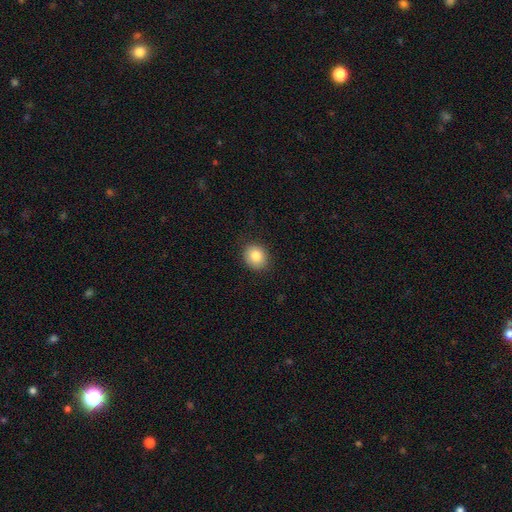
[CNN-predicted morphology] Smooth or featured? smooth (83%)
How rounded? round (70%)
Merging? none (88%)